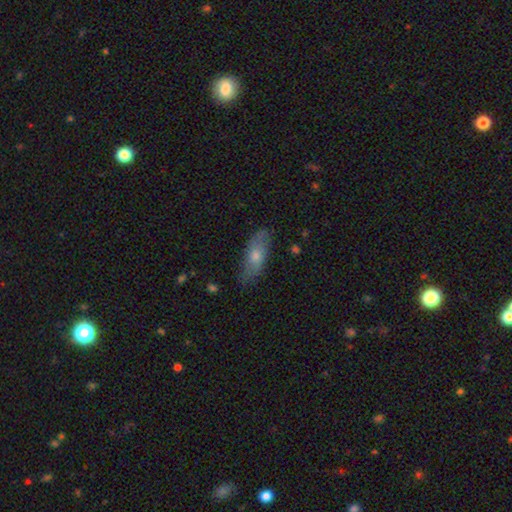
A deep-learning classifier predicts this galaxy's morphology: type=smooth (52%); roundness=in between (60%); merging=none (80%).